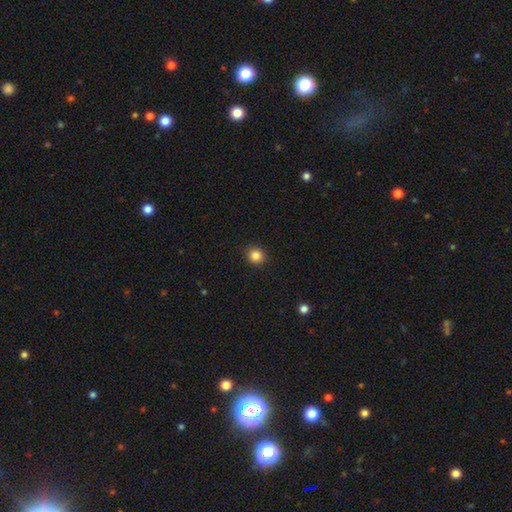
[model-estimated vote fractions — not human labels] smooth_or_featured: smooth (p=0.84) [alt: star or artifact p=0.11]
how_rounded: round (p=0.88) [alt: in between p=0.11]
merging: none (p=0.92) [alt: minor disturbance p=0.05]